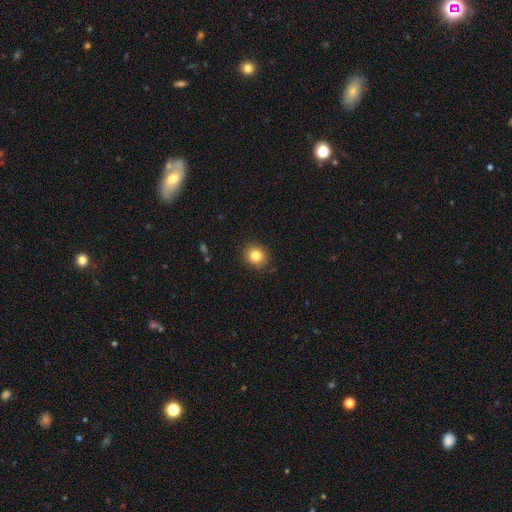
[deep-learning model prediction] This appears to be a smooth galaxy with no disk features (82%) that is round (78%). Merging: none (87%).